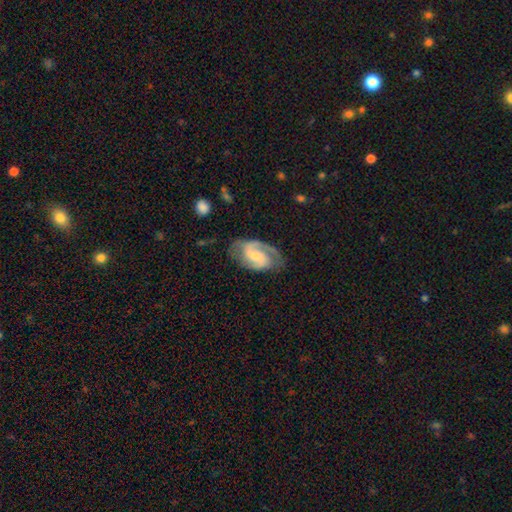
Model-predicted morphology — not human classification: smooth_or_featured: featured or disk (p=0.85) [alt: smooth p=0.10]
disk_edge_on: no (p=0.97) [alt: yes p=0.03]
bar: no (p=0.45) [alt: weak p=0.44]
has_spiral_arms: yes (p=0.97) [alt: no p=0.03]
spiral_winding: medium (p=0.53) [alt: tight p=0.31]
spiral_arm_count: 2 (p=0.85) [alt: 1 p=0.05]
bulge_size: small (p=0.49) [alt: moderate p=0.38]
merging: none (p=0.70) [alt: minor disturbance p=0.20]